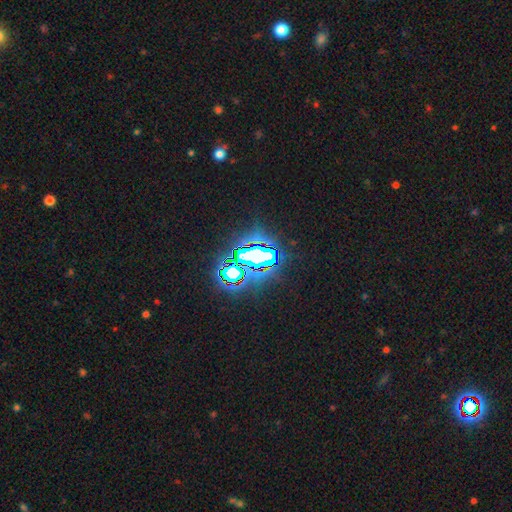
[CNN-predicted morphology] star or artifact 72%, smooth 15%, featured or disk 13%.